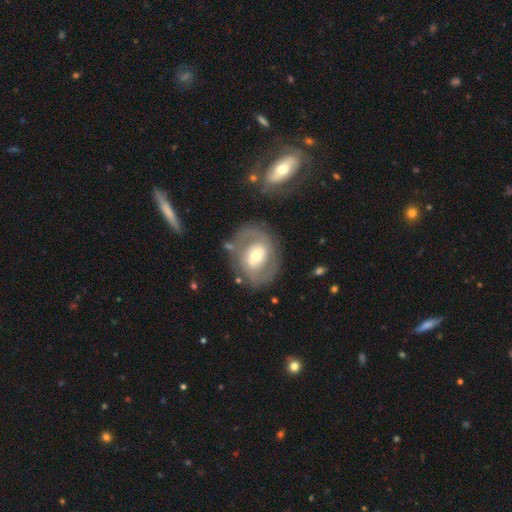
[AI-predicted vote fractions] Smooth or featured? featured or disk (65%)
Edge-on disk? no (96%)
Bar? no (49%)
Spiral arms? yes (59%)
Bulge size? moderate (61%)
Merging? none (70%)